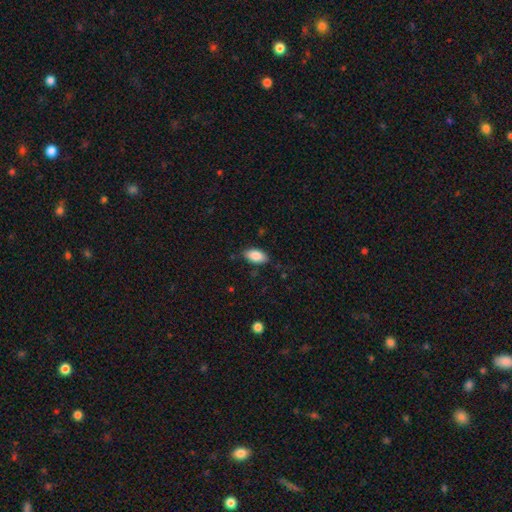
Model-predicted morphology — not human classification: A smooth galaxy with no disk features (87%) that is in between round and cigar-shaped (93%). Merging: none (81%).